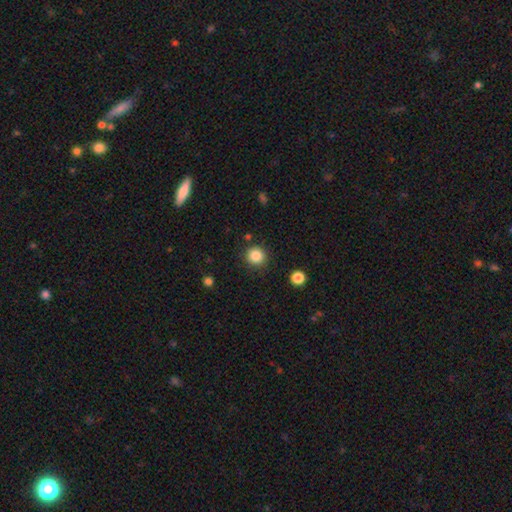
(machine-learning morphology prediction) Q: Smooth or featured?
A: smooth (85%); runner-up: star or artifact (11%)
Q: How rounded?
A: round (92%); runner-up: in between (7%)
Q: Merging?
A: none (87%); runner-up: minor disturbance (8%)